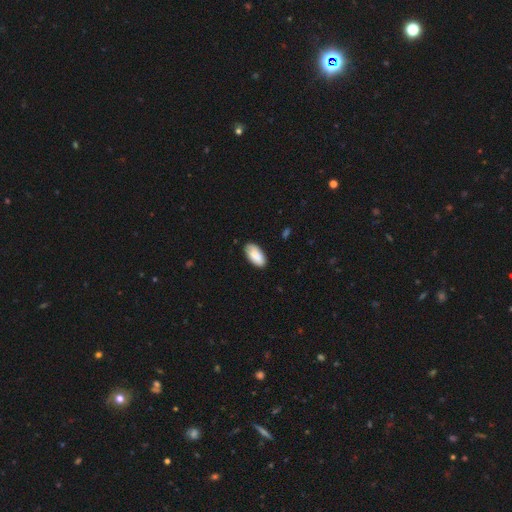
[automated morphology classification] Smooth or featured?
  - smooth: 89% *
  - star or artifact: 6%
  - featured or disk: 5%
How rounded?
  - in between: 95% *
  - cigar-shaped: 3%
  - round: 2%
Merging?
  - none: 85% *
  - minor disturbance: 12%
  - major disturbance: 2%
  - merger: 1%